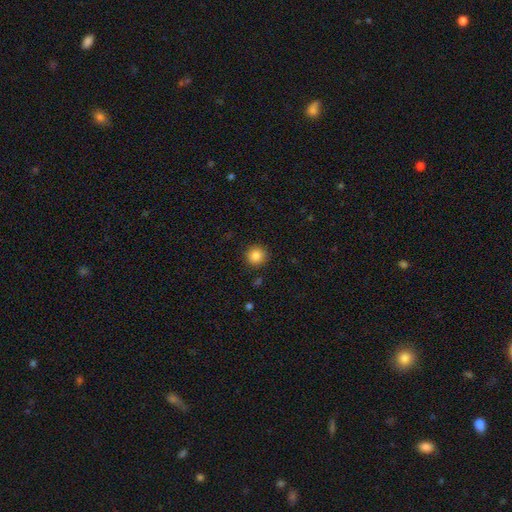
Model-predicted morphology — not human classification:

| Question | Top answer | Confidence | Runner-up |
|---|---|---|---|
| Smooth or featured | smooth | 85% | star or artifact (10%) |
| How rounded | round | 94% | in between (5%) |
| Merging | none | 91% | minor disturbance (6%) |